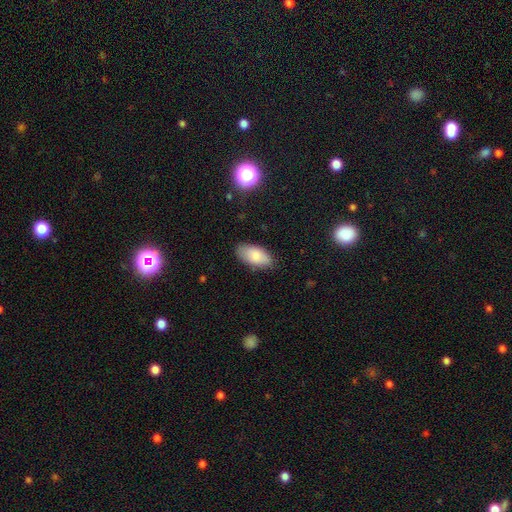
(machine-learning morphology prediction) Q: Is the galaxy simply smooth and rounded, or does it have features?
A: smooth — 83%.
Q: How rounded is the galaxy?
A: in between — 94%.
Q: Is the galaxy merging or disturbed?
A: none — 82%.